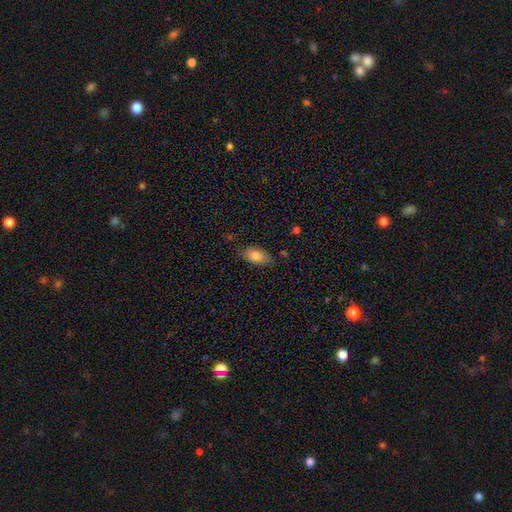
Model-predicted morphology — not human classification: smooth_or_featured: smooth (p=0.80) [alt: featured or disk p=0.12]
how_rounded: in between (p=0.90) [alt: round p=0.05]
merging: none (p=0.79) [alt: minor disturbance p=0.16]